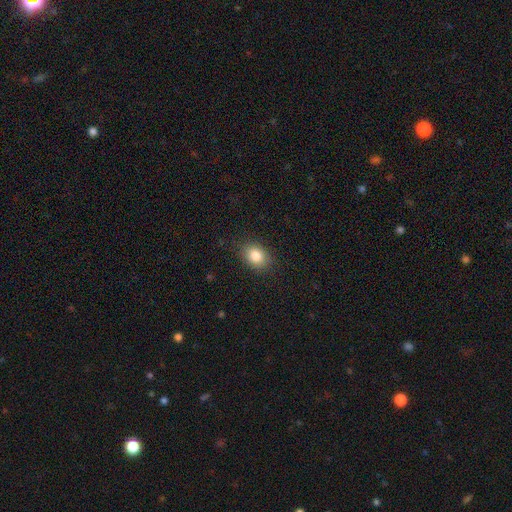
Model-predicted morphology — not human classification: A smooth galaxy with no disk features (84%) that is in between round and cigar-shaped (64%).

Vote fractions:
- Smooth or featured? smooth: 84% / star or artifact: 9% / featured or disk: 7%
- How rounded? in between: 64% / round: 35% / cigar-shaped: 1%
- Merging? none: 86% / minor disturbance: 10% / major disturbance: 3% / merger: 1%